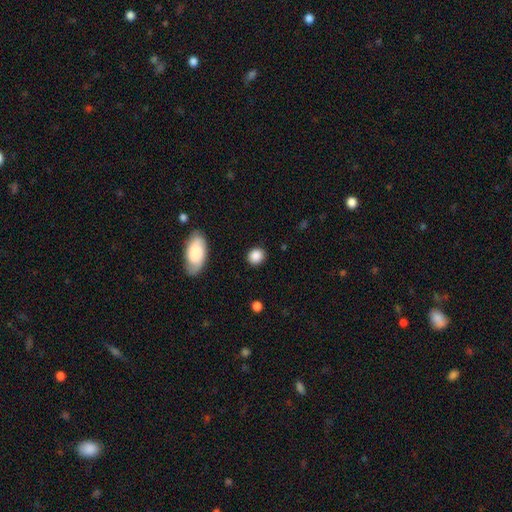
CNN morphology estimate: Overall: smooth (87%). How rounded: round (74%). Merging: none (86%).